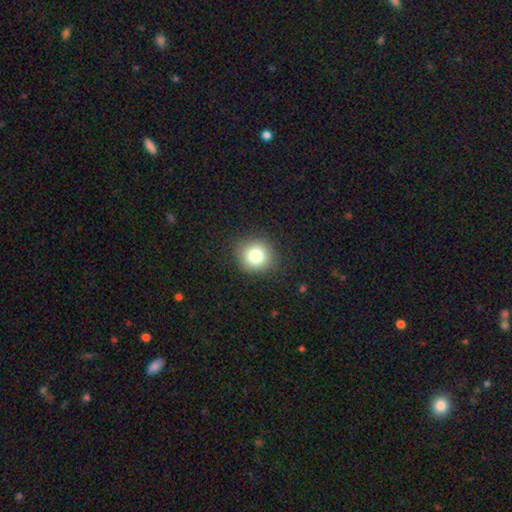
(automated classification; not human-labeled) A smooth galaxy with no disk features (79%) that is round (88%). Merging: none (88%).